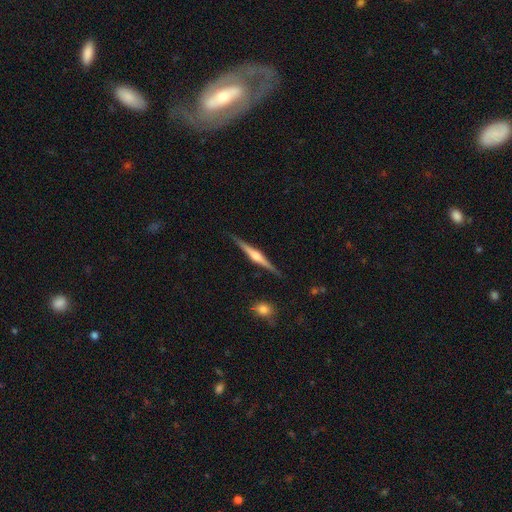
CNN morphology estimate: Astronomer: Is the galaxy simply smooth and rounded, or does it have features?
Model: featured or disk — 79%.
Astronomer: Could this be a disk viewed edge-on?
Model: yes — 98%.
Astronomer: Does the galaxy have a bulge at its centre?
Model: rounded — 84%.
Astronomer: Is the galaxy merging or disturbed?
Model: none — 89%.